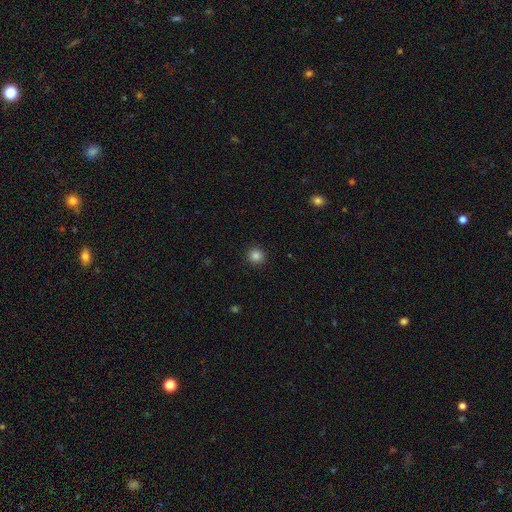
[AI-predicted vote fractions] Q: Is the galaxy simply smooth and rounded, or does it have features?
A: smooth — 84%.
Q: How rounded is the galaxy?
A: round — 93%.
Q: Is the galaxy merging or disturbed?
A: none — 92%.